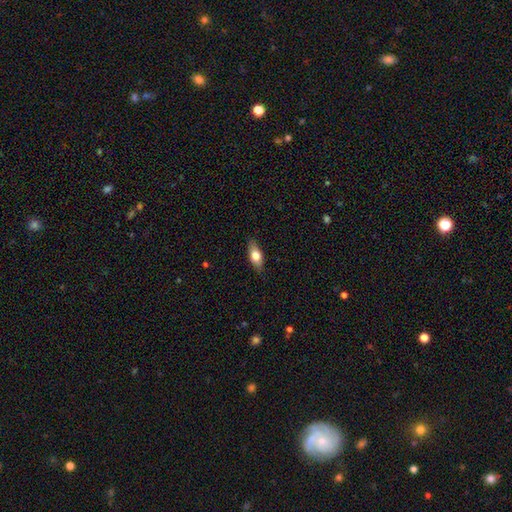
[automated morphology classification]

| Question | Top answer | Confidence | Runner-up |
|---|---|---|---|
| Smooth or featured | smooth | 68% | featured or disk (25%) |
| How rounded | in between | 76% | cigar-shaped (20%) |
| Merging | none | 86% | minor disturbance (11%) |